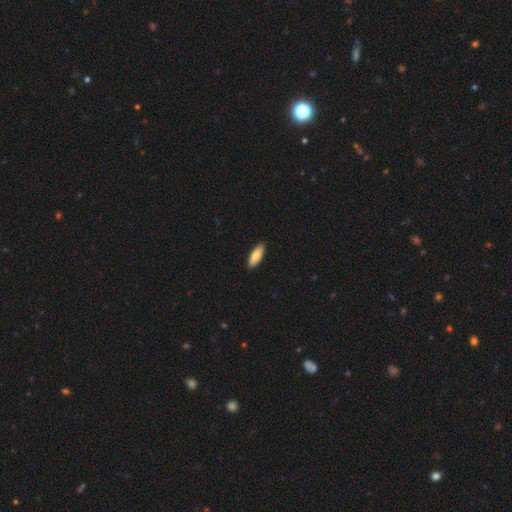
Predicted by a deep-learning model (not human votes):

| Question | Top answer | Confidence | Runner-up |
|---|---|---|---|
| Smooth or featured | smooth | 81% | featured or disk (14%) |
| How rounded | in between | 67% | cigar-shaped (31%) |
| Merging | none | 91% | minor disturbance (7%) |